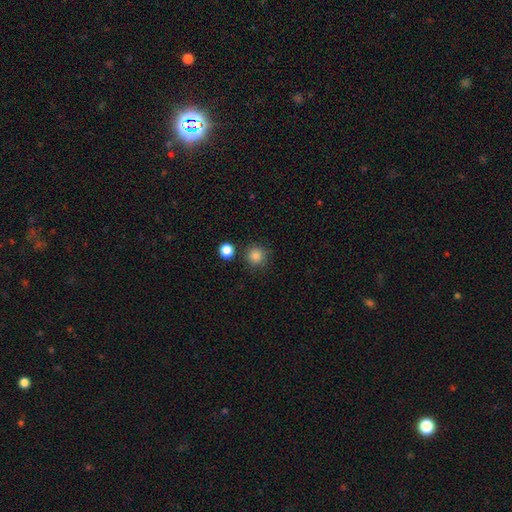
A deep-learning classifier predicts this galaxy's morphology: Smooth or featured: smooth — 86% (star or artifact — 11%)
How rounded: round — 94% (in between — 5%)
Merging: none — 83% (minor disturbance — 9%)